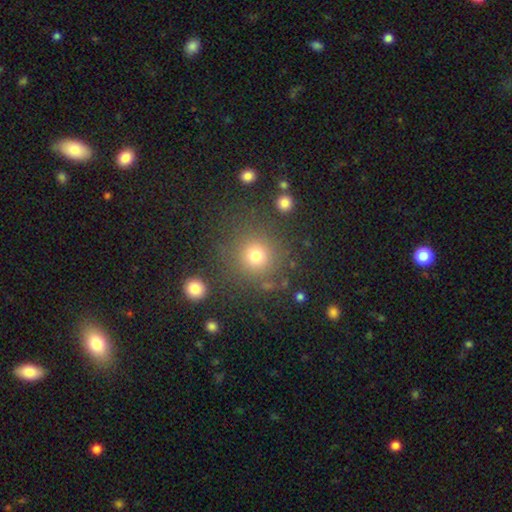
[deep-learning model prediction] A smooth galaxy with no disk features (76%) that is round (92%).

Vote fractions:
- Smooth or featured? smooth: 76% / star or artifact: 16% / featured or disk: 8%
- How rounded? round: 92% / in between: 7% / cigar-shaped: 1%
- Merging? none: 81% / minor disturbance: 9% / major disturbance: 5% / merger: 4%